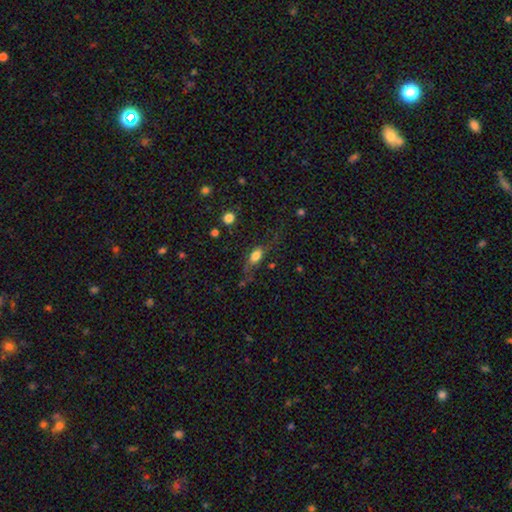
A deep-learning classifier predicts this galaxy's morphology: Overall: smooth (67%). How rounded: in between (76%). Merging: none (49%; minor disturbance 24%).